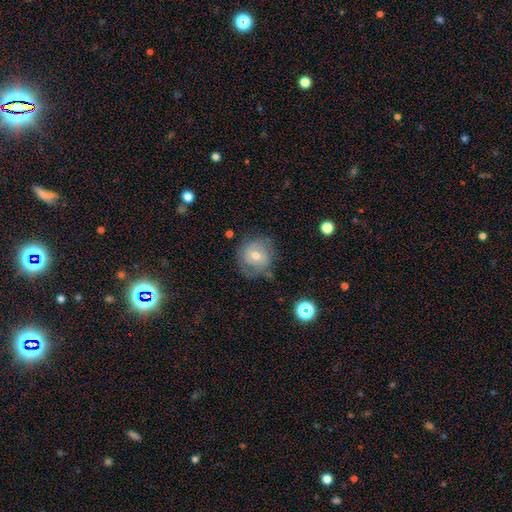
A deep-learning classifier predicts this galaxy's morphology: smooth 50%, featured or disk 40%, star or artifact 9%. Down the decision tree: how rounded — round (85%); merging — none (66%).